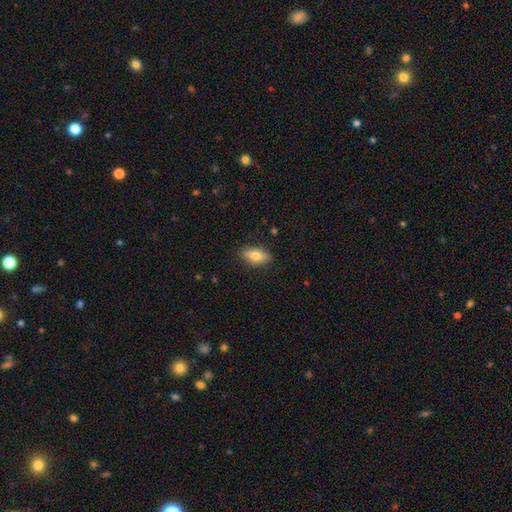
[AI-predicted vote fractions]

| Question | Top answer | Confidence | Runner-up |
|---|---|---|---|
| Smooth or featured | smooth | 77% | featured or disk (16%) |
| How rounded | in between | 87% | cigar-shaped (9%) |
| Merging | none | 85% | minor disturbance (12%) |